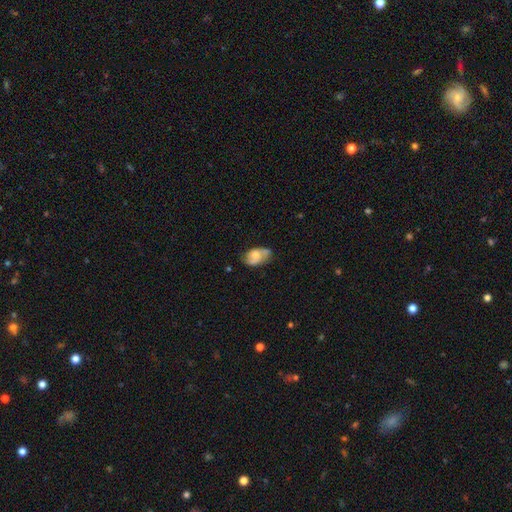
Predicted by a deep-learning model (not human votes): Smooth or featured? smooth (46%, tied with featured or disk)
Merging? none (49%)